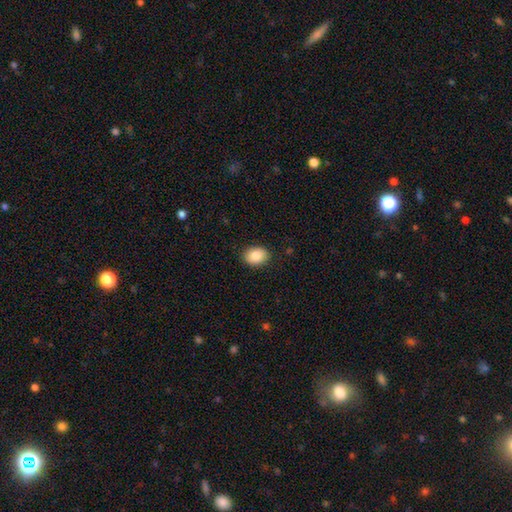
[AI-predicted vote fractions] A smooth galaxy with no disk features (86%) that is in between round and cigar-shaped (66%).

Vote fractions:
- Smooth or featured? smooth: 86% / star or artifact: 8% / featured or disk: 7%
- How rounded? in between: 66% / round: 33% / cigar-shaped: 1%
- Merging? none: 89% / minor disturbance: 8% / major disturbance: 2% / merger: 1%